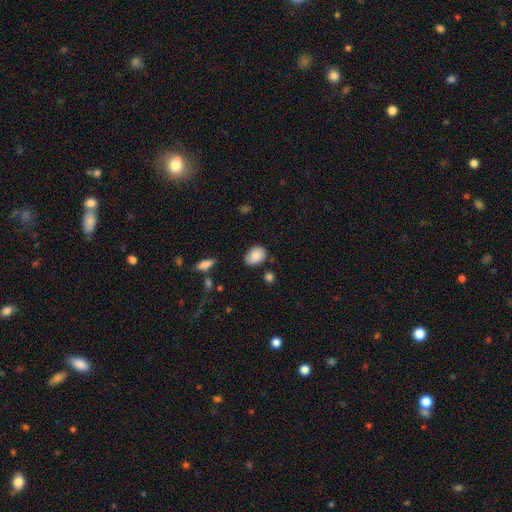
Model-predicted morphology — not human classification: Smooth or featured? Predicted: smooth (p=0.83). How rounded? Predicted: in between (p=0.73). Merging? Predicted: none (p=0.71).